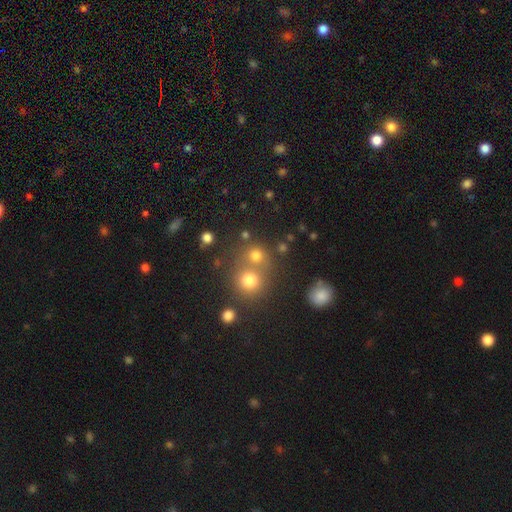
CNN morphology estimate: Smooth or featured? smooth (76%)
How rounded? round (87%)
Merging? none (56%)